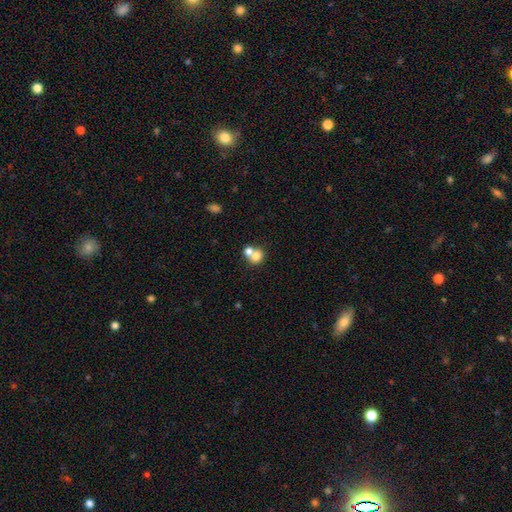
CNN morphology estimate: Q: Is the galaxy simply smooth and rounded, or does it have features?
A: smooth — 74%.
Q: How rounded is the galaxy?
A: round — 72%.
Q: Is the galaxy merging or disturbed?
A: merger — 57%.